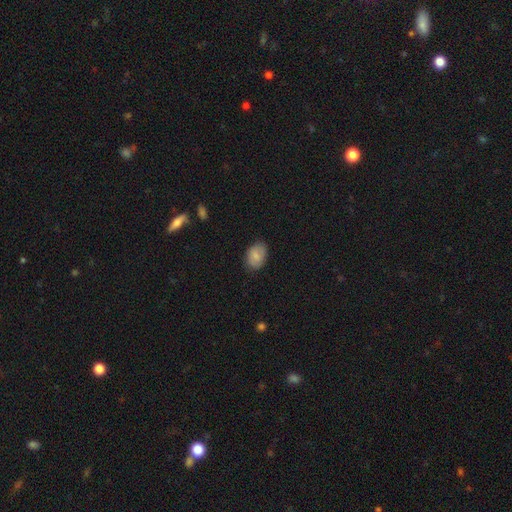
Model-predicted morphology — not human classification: Smooth or featured: smooth — 80% (featured or disk — 13%)
How rounded: in between — 81% (round — 18%)
Merging: none — 80% (minor disturbance — 16%)